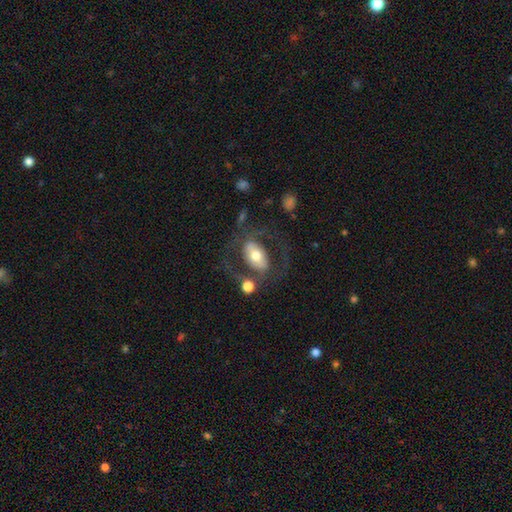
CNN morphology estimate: Smooth or featured? featured or disk (61%)
Edge-on disk? no (92%)
Bar? strong (41%)
Spiral arms? yes (61%)
Bulge size? moderate (63%)
Merging? none (55%)